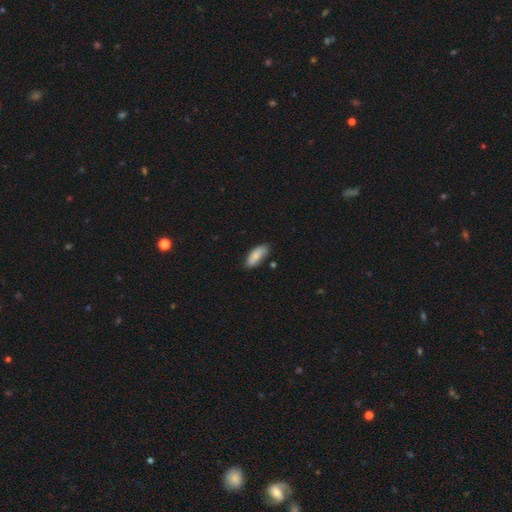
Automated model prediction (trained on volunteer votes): Q: Smooth or featured?
A: smooth (82%); runner-up: featured or disk (12%)
Q: How rounded?
A: in between (81%); runner-up: cigar-shaped (17%)
Q: Merging?
A: none (76%); runner-up: minor disturbance (18%)